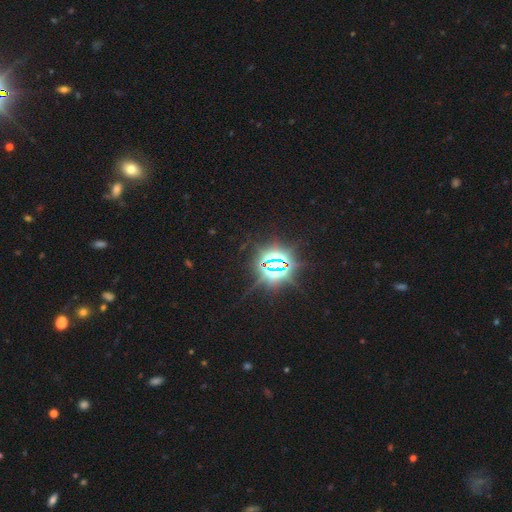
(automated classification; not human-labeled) Q: Smooth or featured?
A: star or artifact (84%); runner-up: smooth (9%)